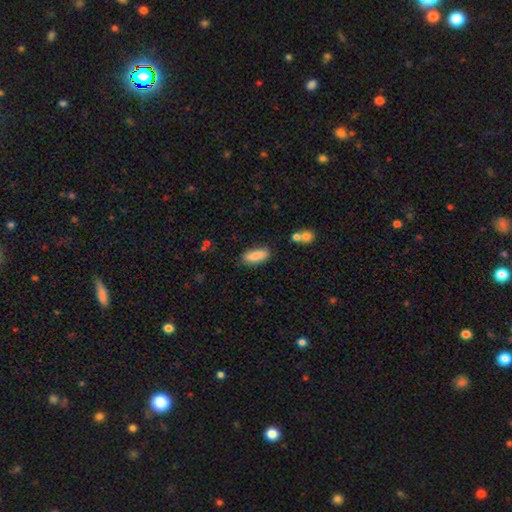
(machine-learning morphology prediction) type=smooth (85%); roundness=in between (72%); merging=none (81%).